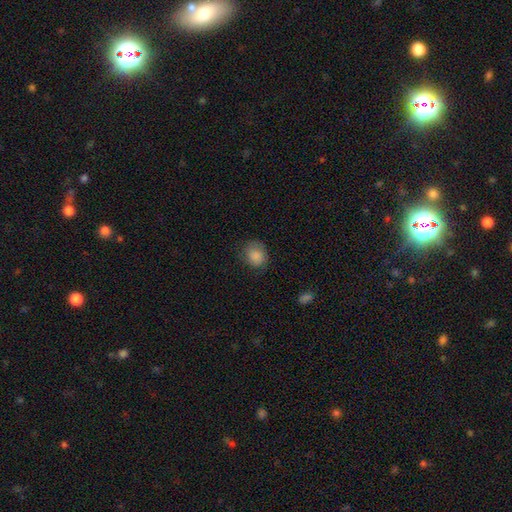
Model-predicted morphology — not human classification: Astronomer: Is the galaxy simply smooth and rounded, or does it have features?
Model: smooth — 86%.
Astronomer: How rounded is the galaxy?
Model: round — 68%.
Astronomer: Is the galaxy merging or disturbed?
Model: none — 71%.